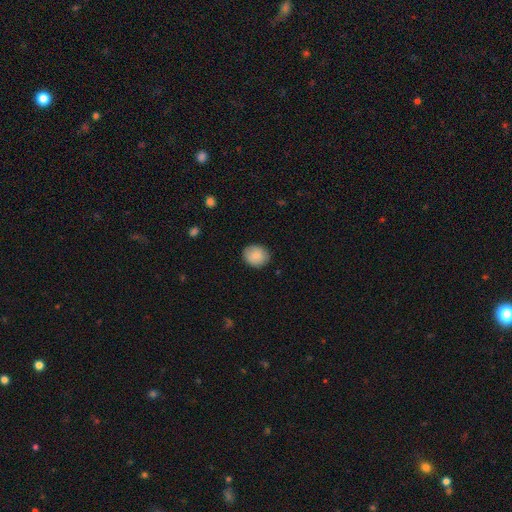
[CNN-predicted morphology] type=smooth (86%); roundness=round (66%); merging=none (85%).